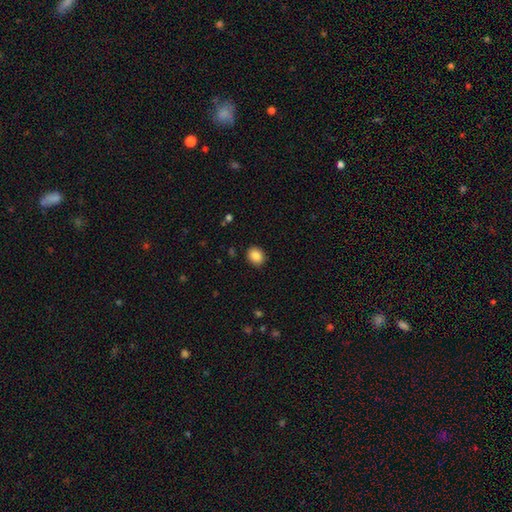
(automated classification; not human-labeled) Q: Smooth or featured?
A: smooth (86%); runner-up: star or artifact (9%)
Q: How rounded?
A: round (63%); runner-up: in between (36%)
Q: Merging?
A: none (90%); runner-up: minor disturbance (7%)